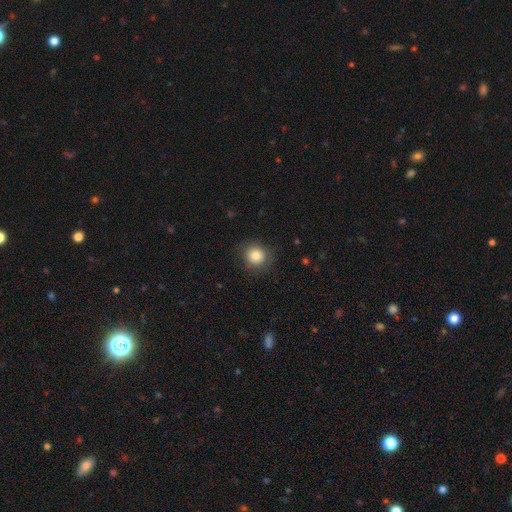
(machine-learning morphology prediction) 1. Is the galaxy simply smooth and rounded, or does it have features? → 81% smooth, 10% star or artifact, 8% featured or disk.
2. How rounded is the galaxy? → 90% round, 9% in between, 1% cigar-shaped.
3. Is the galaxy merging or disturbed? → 84% none, 11% minor disturbance, 4% major disturbance, 1% merger.